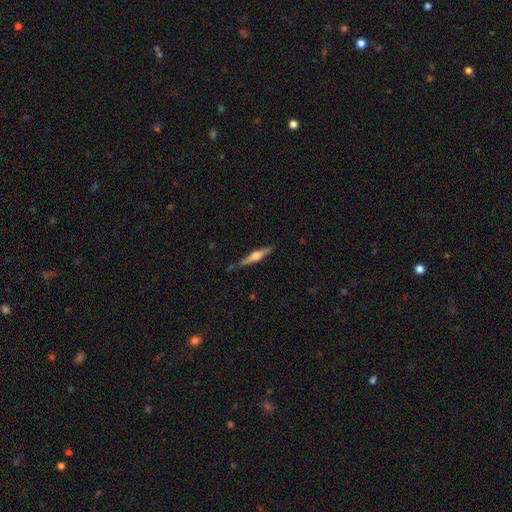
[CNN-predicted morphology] A featured or disk galaxy (67%) viewed edge-on (97%) with a rounded central bulge (87%).

Vote fractions:
- Smooth or featured? featured or disk: 67% / smooth: 27% / star or artifact: 6%
- Edge-on disk? yes: 97% / no: 3%
- Edge-on bulge? rounded: 87% / boxy: 9% / none: 4%
- Merging? none: 85% / minor disturbance: 10% / merger: 2% / major disturbance: 2%